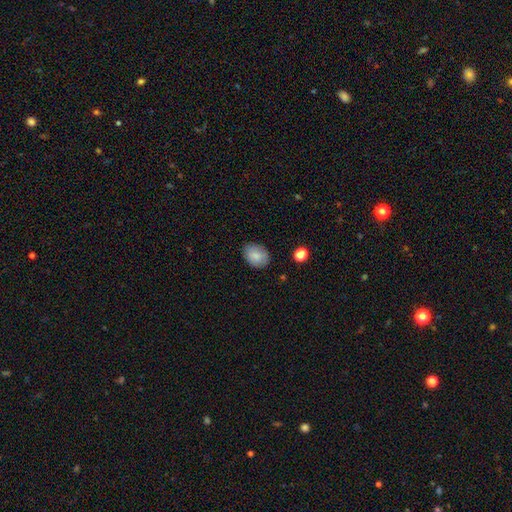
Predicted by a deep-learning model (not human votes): This is clearly a smooth galaxy (84%). How rounded: likely in between (72%). Merging: clearly none (82%).